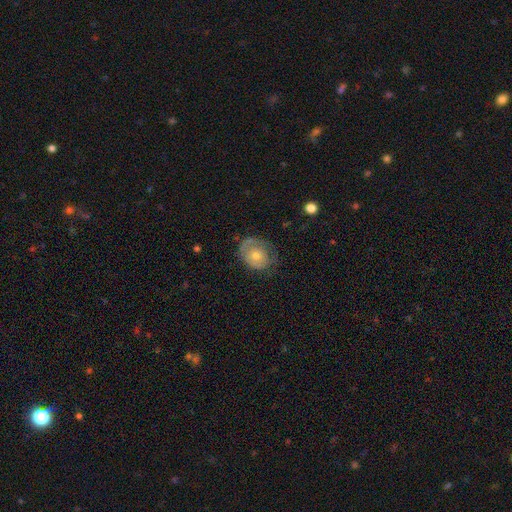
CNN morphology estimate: A smooth galaxy with no disk features (52%) that is round (57%). Merging: none (53%).